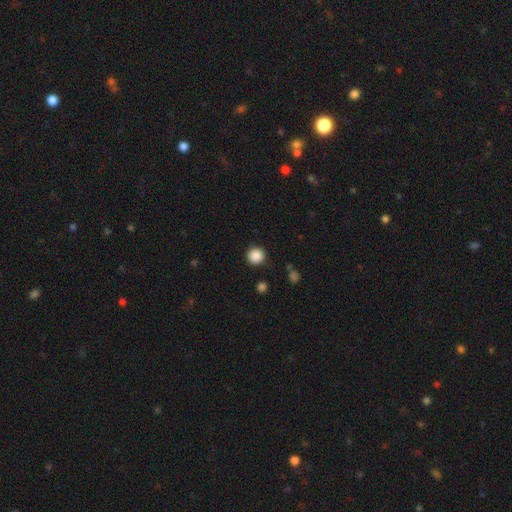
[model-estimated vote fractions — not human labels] This appears to be a smooth galaxy with no disk features (88%) that is round (95%). Merging: none (90%).